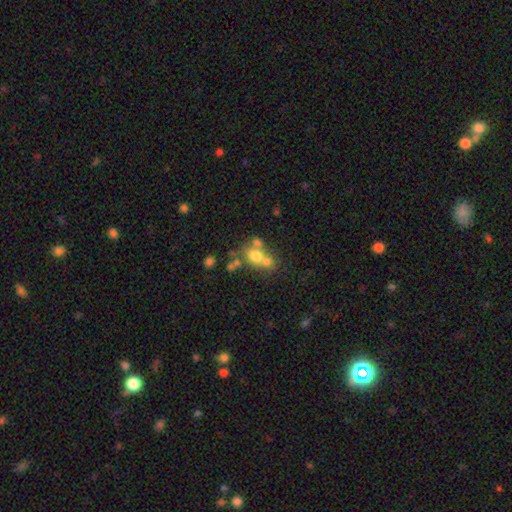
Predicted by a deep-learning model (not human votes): A smooth galaxy with no disk features (63%) that is round (65%). Merging: merger (51%).